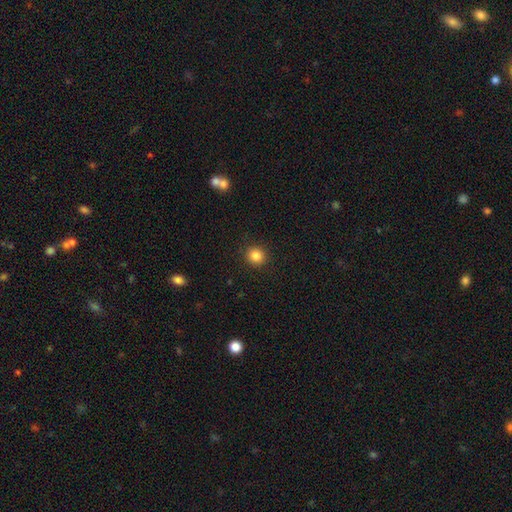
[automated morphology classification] smooth-or-featured: smooth: 85% | star or artifact: 11% | featured or disk: 4%
  how-rounded: round: 90% | in between: 9% | cigar-shaped: 1%
  merging: none: 92% | minor disturbance: 5% | major disturbance: 2% | merger: 1%